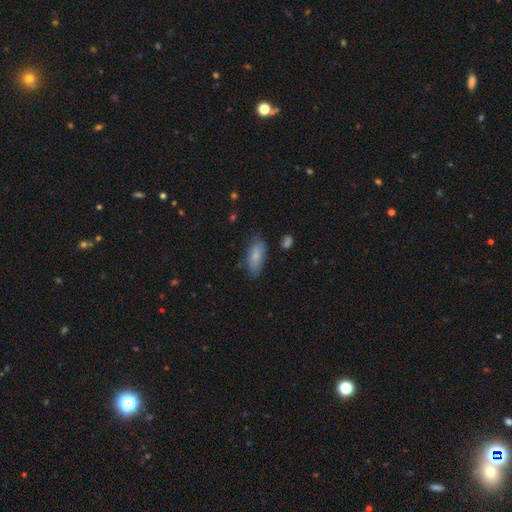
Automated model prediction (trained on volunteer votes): smooth_or_featured: smooth (p=0.79) [alt: featured or disk p=0.15]
how_rounded: in between (p=0.79) [alt: cigar-shaped p=0.19]
merging: none (p=0.71) [alt: minor disturbance p=0.22]